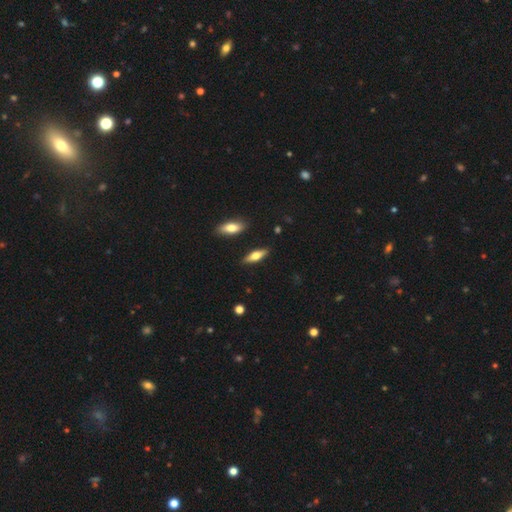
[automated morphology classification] smooth_or_featured: smooth (p=0.53) [alt: featured or disk p=0.41]
how_rounded: in between (p=0.50) [alt: cigar-shaped p=0.47]
merging: none (p=0.86) [alt: minor disturbance p=0.09]